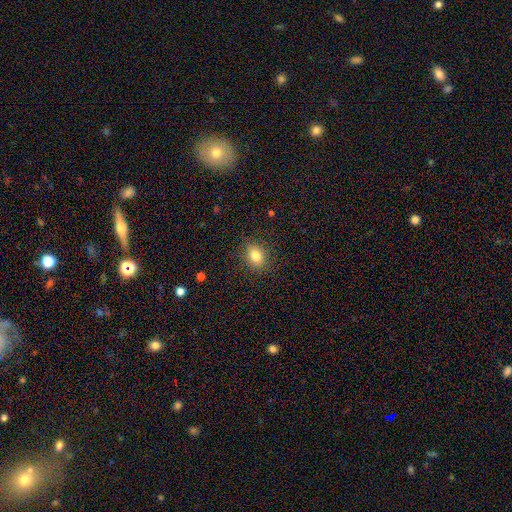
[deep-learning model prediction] Smooth or featured?
  - smooth: 81% *
  - star or artifact: 12%
  - featured or disk: 7%
How rounded?
  - round: 52% *
  - in between: 47%
  - cigar-shaped: 1%
Merging?
  - none: 86% *
  - minor disturbance: 10%
  - major disturbance: 3%
  - merger: 1%